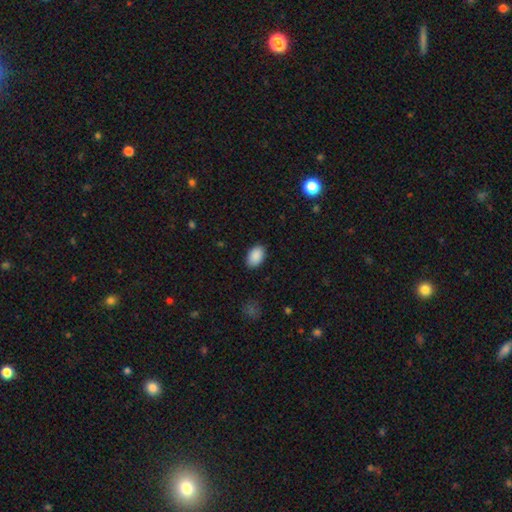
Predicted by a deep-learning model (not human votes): smooth-or-featured: smooth: 90% | star or artifact: 7% | featured or disk: 3%
  how-rounded: in between: 90% | round: 9% | cigar-shaped: 1%
  merging: none: 88% | minor disturbance: 9% | major disturbance: 2% | merger: 1%